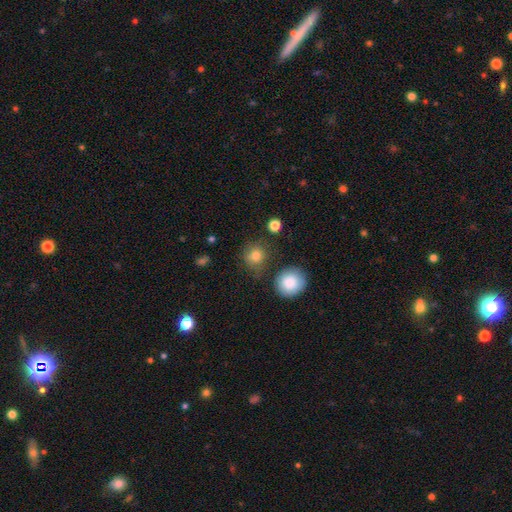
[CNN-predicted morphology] This appears to be a smooth galaxy with no disk features (80%) that is round (87%). Merging: none (73%).